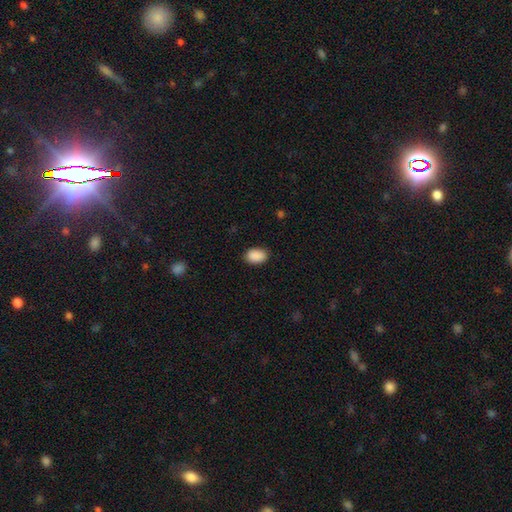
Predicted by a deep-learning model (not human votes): Smooth or featured: smooth — 90% (star or artifact — 7%)
How rounded: in between — 87% (round — 12%)
Merging: none — 86% (minor disturbance — 11%)